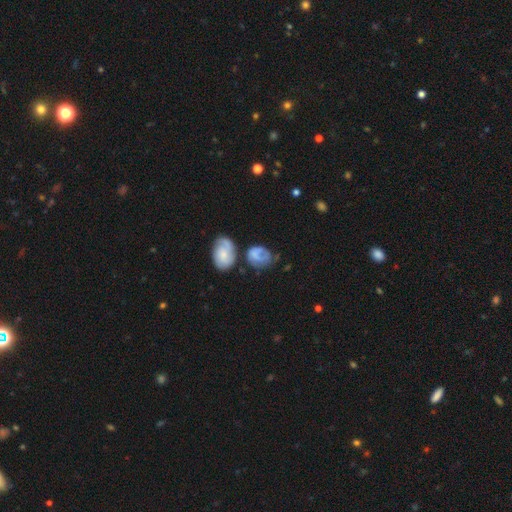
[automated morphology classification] Smooth or featured?
  - smooth: 52% *
  - featured or disk: 39%
  - star or artifact: 9%
How rounded?
  - in between: 57% *
  - round: 41%
  - cigar-shaped: 2%
Merging?
  - none: 37% *
  - minor disturbance: 23%
  - merger: 23%
  - major disturbance: 18%